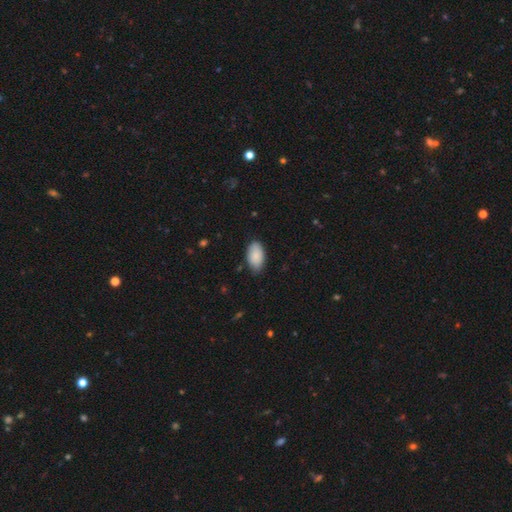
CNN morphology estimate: smooth-or-featured: smooth: 88% | star or artifact: 6% | featured or disk: 6%
  how-rounded: in between: 95% | round: 3% | cigar-shaped: 2%
  merging: none: 78% | minor disturbance: 18% | major disturbance: 3% | merger: 1%